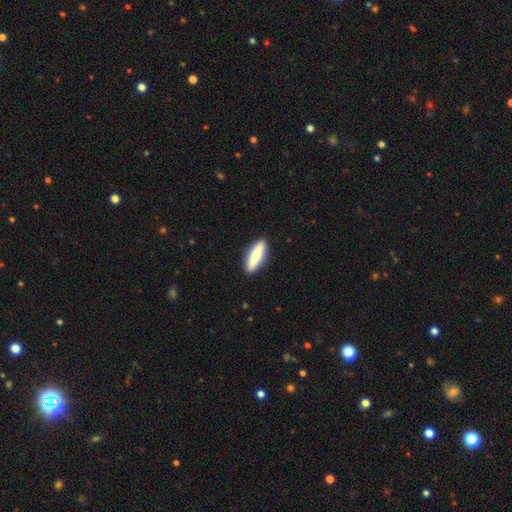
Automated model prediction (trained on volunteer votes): smooth_or_featured: smooth (p=0.73) [alt: featured or disk p=0.22]
how_rounded: cigar-shaped (p=0.59) [alt: in between p=0.39]
merging: none (p=0.90) [alt: minor disturbance p=0.07]